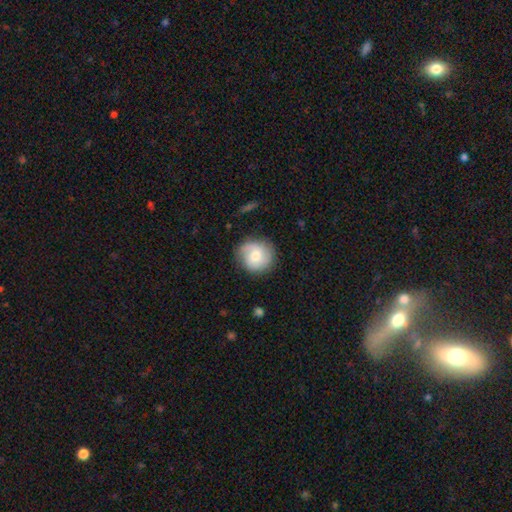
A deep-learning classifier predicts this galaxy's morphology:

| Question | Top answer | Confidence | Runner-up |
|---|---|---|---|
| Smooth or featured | smooth | 52% | featured or disk (41%) |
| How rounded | round | 89% | in between (10%) |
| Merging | none | 78% | minor disturbance (16%) |